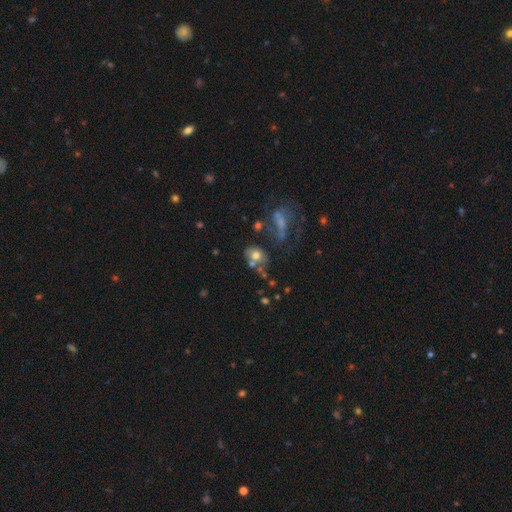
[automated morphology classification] Q: Smooth or featured?
A: smooth (62%); runner-up: featured or disk (25%)
Q: How rounded?
A: in between (51%); runner-up: round (48%)
Q: Merging?
A: none (45%); runner-up: merger (26%)